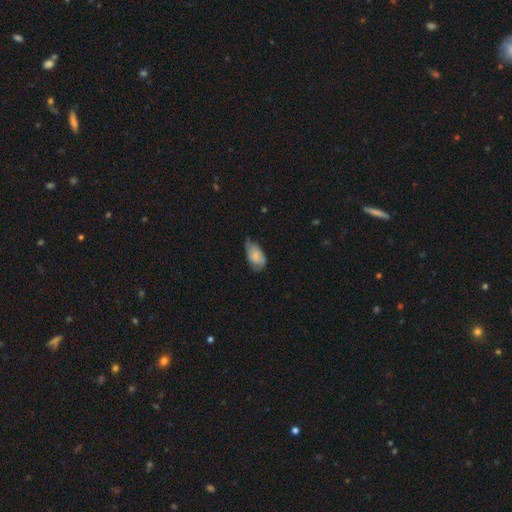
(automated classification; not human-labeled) Q: Smooth or featured?
A: smooth (64%); runner-up: featured or disk (28%)
Q: How rounded?
A: in between (92%); runner-up: round (6%)
Q: Merging?
A: none (43%); tied with: minor disturbance (43%)